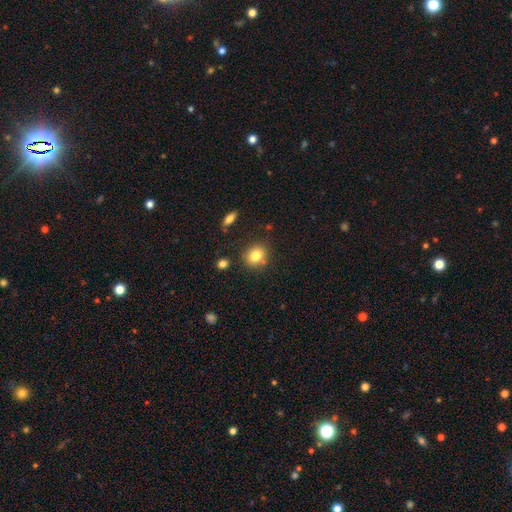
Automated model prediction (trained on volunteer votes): Morphology: type=smooth (81%); roundness=round (64%); merging=none (78%).